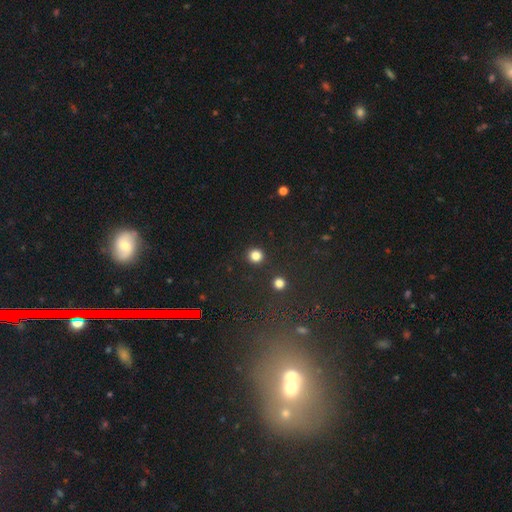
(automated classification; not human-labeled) Smooth or featured? Predicted: smooth (p=0.82). How rounded? Predicted: round (p=0.93). Merging? Predicted: none (p=0.91).